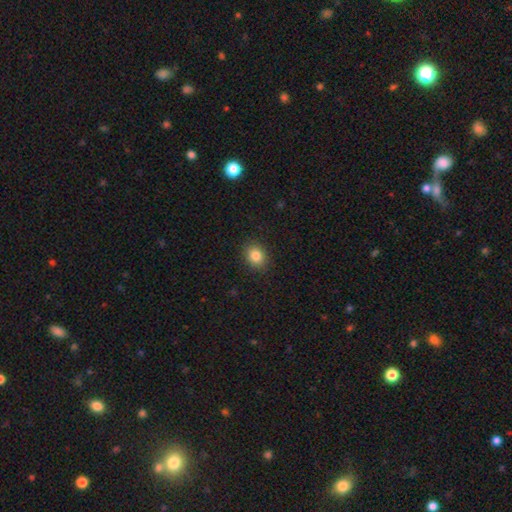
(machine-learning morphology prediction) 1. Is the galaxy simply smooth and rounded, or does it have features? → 83% smooth, 10% star or artifact, 6% featured or disk.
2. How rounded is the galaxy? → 58% round, 42% in between, 1% cigar-shaped.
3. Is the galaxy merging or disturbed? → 89% none, 8% minor disturbance, 2% major disturbance, 1% merger.